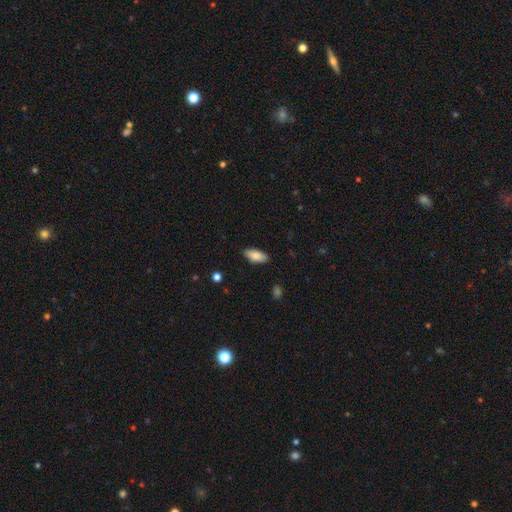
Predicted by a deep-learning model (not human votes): Smooth or featured? Predicted: smooth (p=0.82). How rounded? Predicted: in between (p=0.86). Merging? Predicted: none (p=0.87).